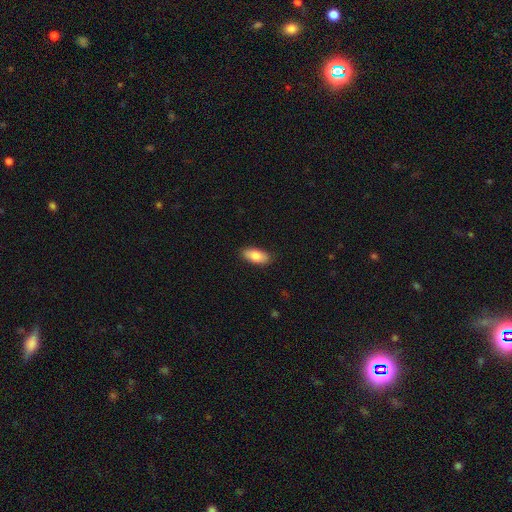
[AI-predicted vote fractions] Overall: smooth (82%). How rounded: in between (90%). Merging: none (88%).